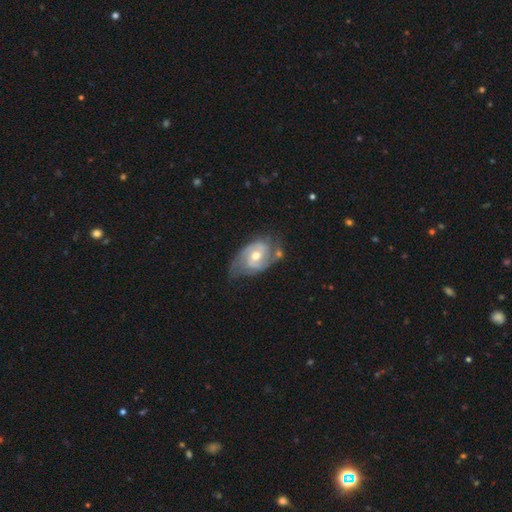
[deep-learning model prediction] Smooth or featured? featured or disk (82%)
Edge-on disk? no (96%)
Bar? no (48%)
Spiral arms? yes (92%)
Spiral winding? medium (46%)
Spiral arm count? 2 (78%)
Bulge size? moderate (74%)
Merging? none (55%)